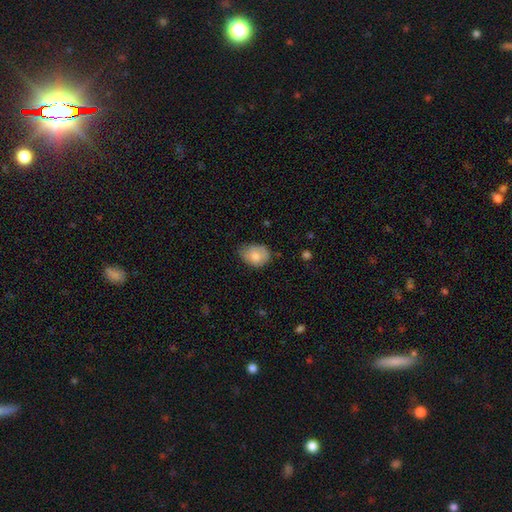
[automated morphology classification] Smooth or featured: smooth — 73% (featured or disk — 19%)
How rounded: in between — 67% (round — 32%)
Merging: none — 49% (minor disturbance — 39%)